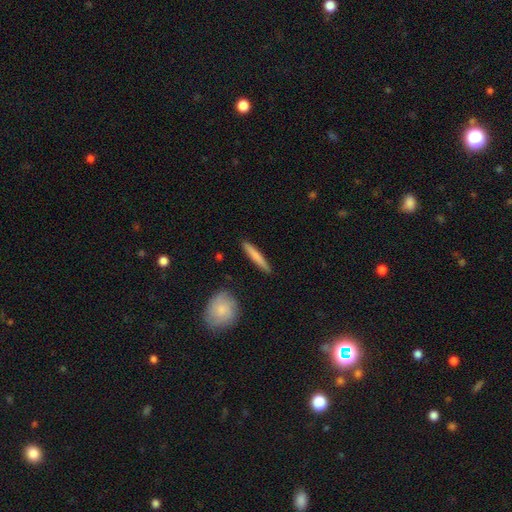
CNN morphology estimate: Smooth or featured?
  - smooth: 74% *
  - featured or disk: 21%
  - star or artifact: 5%
How rounded?
  - cigar-shaped: 93% *
  - in between: 5%
  - round: 2%
Merging?
  - none: 89% *
  - minor disturbance: 7%
  - merger: 2%
  - major disturbance: 2%